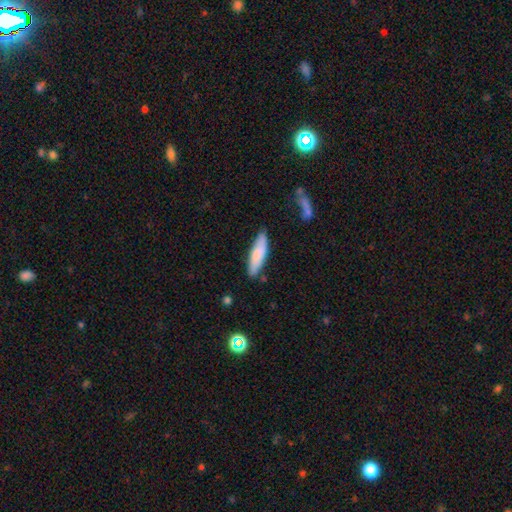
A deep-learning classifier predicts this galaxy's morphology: smooth 76%, featured or disk 18%, star or artifact 5%. Down the decision tree: how rounded — cigar-shaped (61%); merging — none (76%).